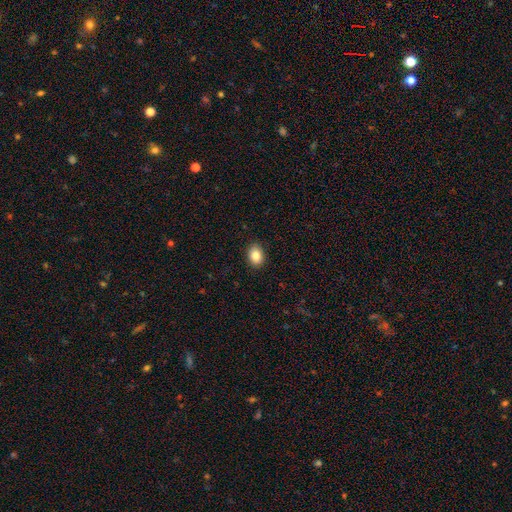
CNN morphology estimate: smooth_or_featured: smooth (p=0.85) [alt: star or artifact p=0.09]
how_rounded: in between (p=0.69) [alt: round p=0.30]
merging: none (p=0.89) [alt: minor disturbance p=0.08]